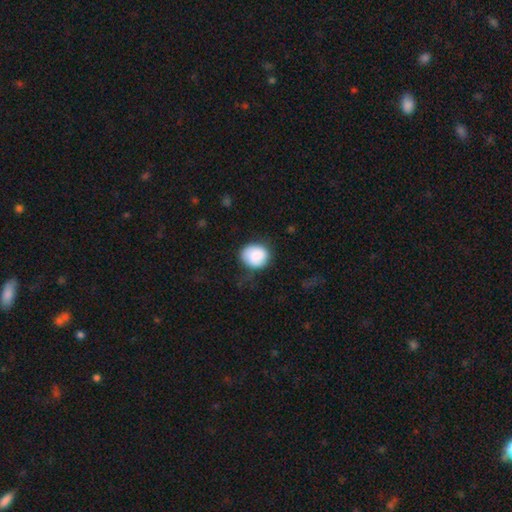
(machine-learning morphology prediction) Smooth or featured? smooth (86%)
How rounded? round (72%)
Merging? none (60%)